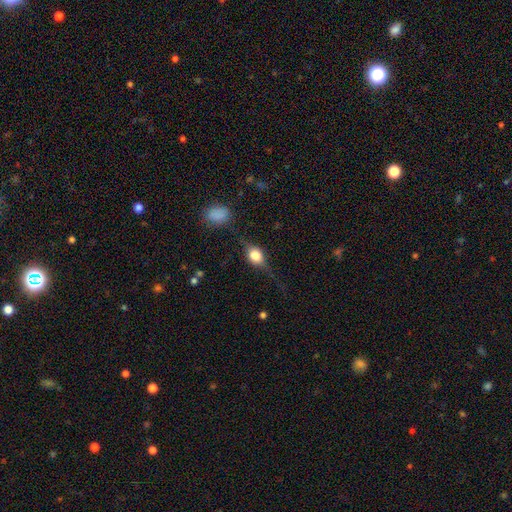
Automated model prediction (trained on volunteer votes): Morphology: type=smooth (48%); merging=none (64%).